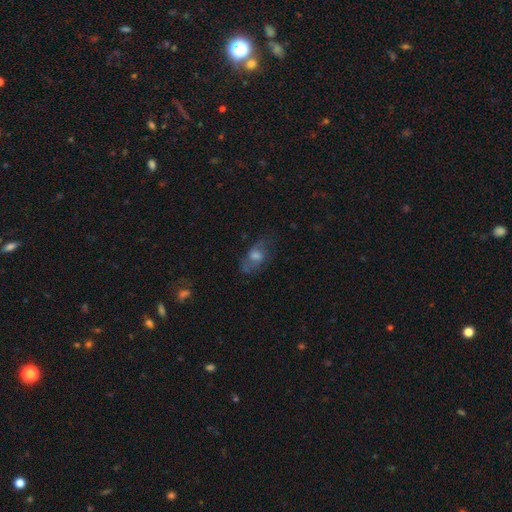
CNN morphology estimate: A featured or disk galaxy (44%).

Vote fractions:
- Smooth or featured? featured or disk: 44% / smooth: 41% / star or artifact: 15%
- Merging? none: 60% / minor disturbance: 23% / major disturbance: 15% / merger: 2%